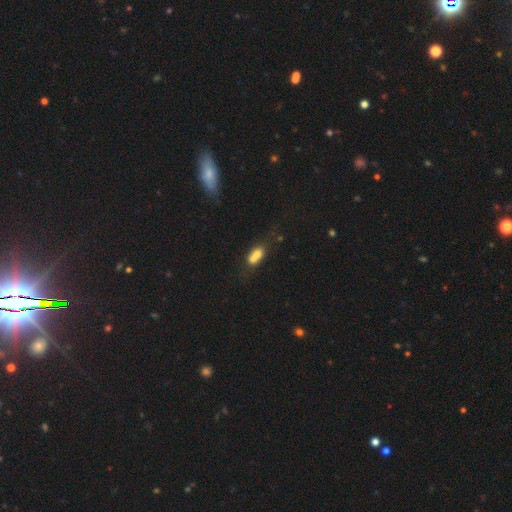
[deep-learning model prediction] A smooth galaxy with no disk features (69%) that is in between round and cigar-shaped (70%). Merging: merger (55%).